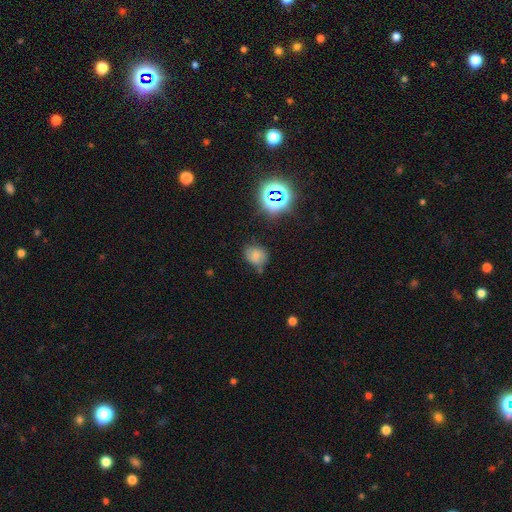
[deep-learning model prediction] Smooth or featured?
  - smooth: 61% *
  - star or artifact: 21%
  - featured or disk: 18%
How rounded?
  - round: 53% *
  - in between: 46%
  - cigar-shaped: 1%
Merging?
  - none: 57% *
  - minor disturbance: 30%
  - major disturbance: 8%
  - merger: 6%